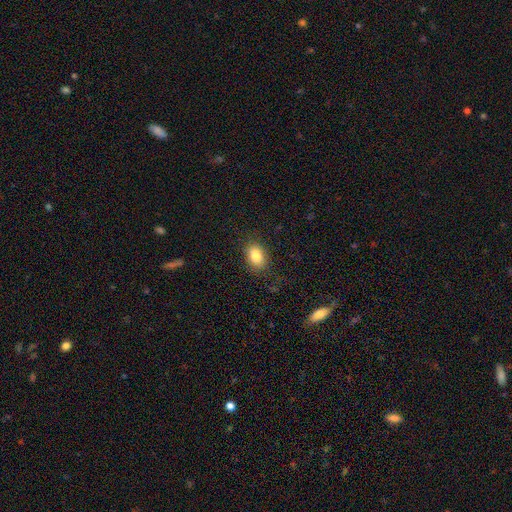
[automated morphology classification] smooth-or-featured: smooth: 84% | star or artifact: 9% | featured or disk: 7%
  how-rounded: in between: 78% | round: 21% | cigar-shaped: 1%
  merging: none: 83% | minor disturbance: 12% | major disturbance: 4% | merger: 1%